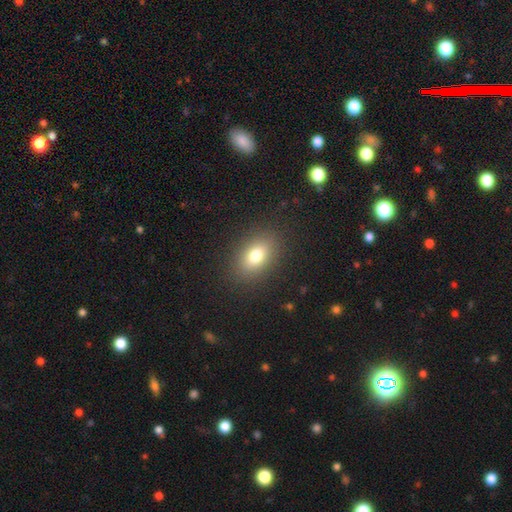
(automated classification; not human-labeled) A smooth galaxy with no disk features (77%) that is in between round and cigar-shaped (80%).

Vote fractions:
- Smooth or featured? smooth: 77% / featured or disk: 12% / star or artifact: 11%
- How rounded? in between: 80% / round: 18% / cigar-shaped: 2%
- Merging? none: 87% / minor disturbance: 8% / major disturbance: 4% / merger: 1%